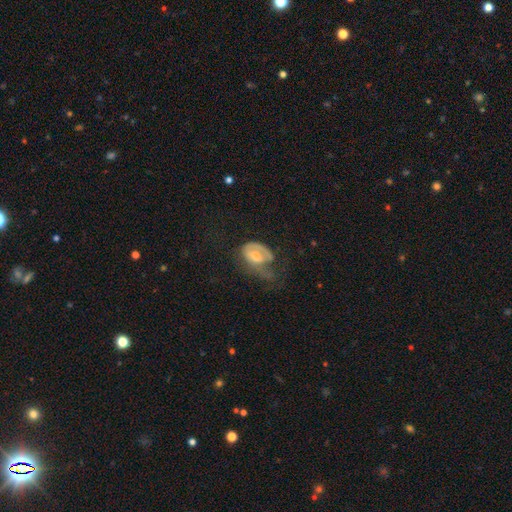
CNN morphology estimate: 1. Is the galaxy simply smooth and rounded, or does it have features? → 48% featured or disk, 44% smooth, 7% star or artifact.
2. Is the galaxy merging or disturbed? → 52% major disturbance, 24% minor disturbance, 21% none, 3% merger.